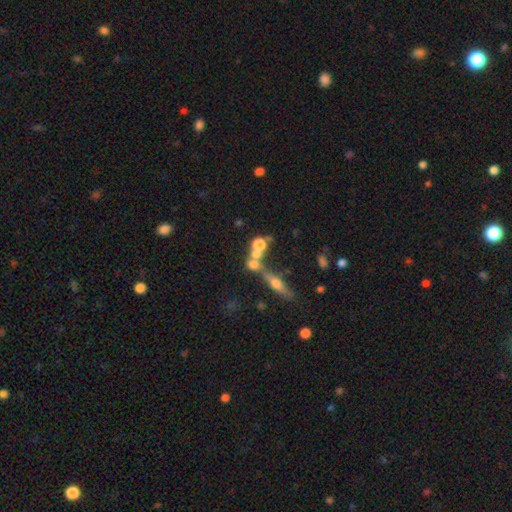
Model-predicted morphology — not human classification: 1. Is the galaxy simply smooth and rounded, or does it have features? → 54% smooth, 29% featured or disk, 17% star or artifact.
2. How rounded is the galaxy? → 57% round, 27% in between, 16% cigar-shaped.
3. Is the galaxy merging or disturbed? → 48% merger, 38% none, 8% minor disturbance, 7% major disturbance.